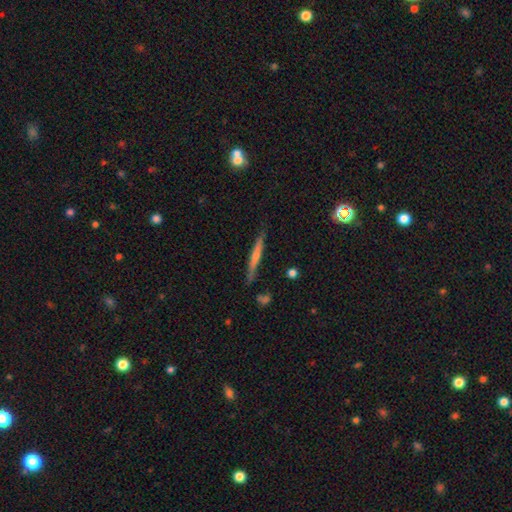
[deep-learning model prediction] Q: Smooth or featured?
A: featured or disk (52%); runner-up: smooth (41%)
Q: Edge-on disk?
A: yes (96%); runner-up: no (4%)
Q: Edge-on bulge?
A: none (47%); runner-up: rounded (44%)
Q: Merging?
A: none (85%); runner-up: minor disturbance (11%)